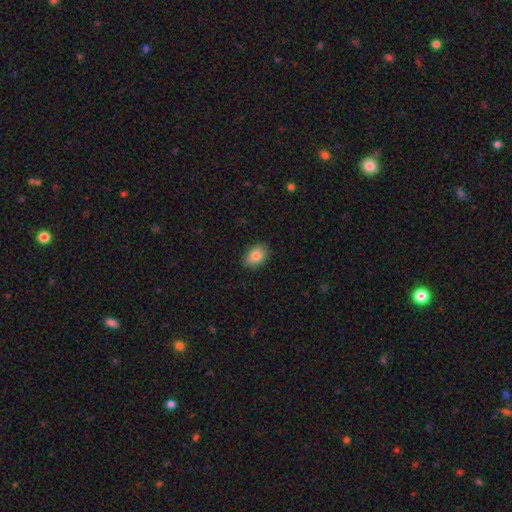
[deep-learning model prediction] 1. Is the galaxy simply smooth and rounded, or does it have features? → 85% smooth, 8% star or artifact, 7% featured or disk.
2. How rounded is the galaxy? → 78% in between, 21% round, 1% cigar-shaped.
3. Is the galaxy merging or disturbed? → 86% none, 10% minor disturbance, 2% major disturbance, 1% merger.